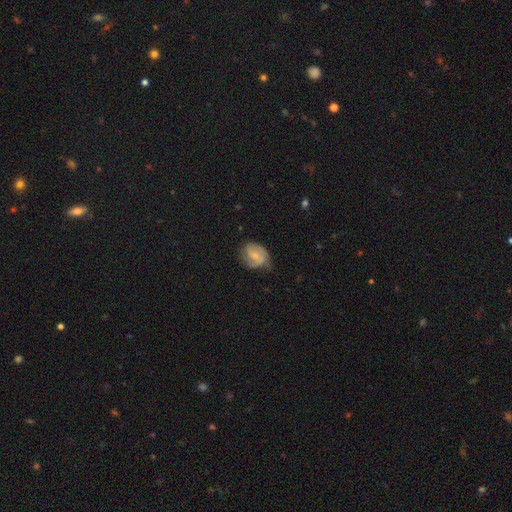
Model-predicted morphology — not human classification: This appears to be a featured or disk galaxy (56%) with a weak bar (48%), spiral arms (83%) and a small central bulge (52%). Merging: none (55%).